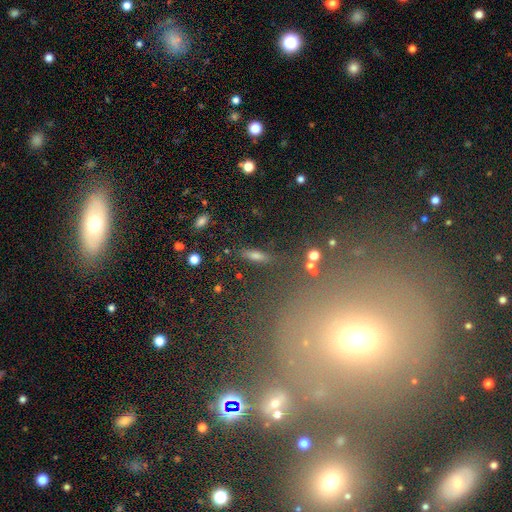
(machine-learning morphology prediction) Smooth or featured: smooth — 44% (featured or disk — 34%)
Merging: none — 82% (minor disturbance — 9%)